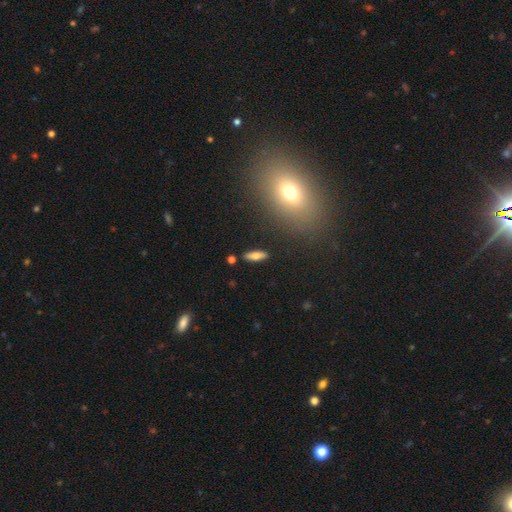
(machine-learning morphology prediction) Smooth or featured? smooth (64%)
How rounded? in between (53%)
Merging? none (87%)